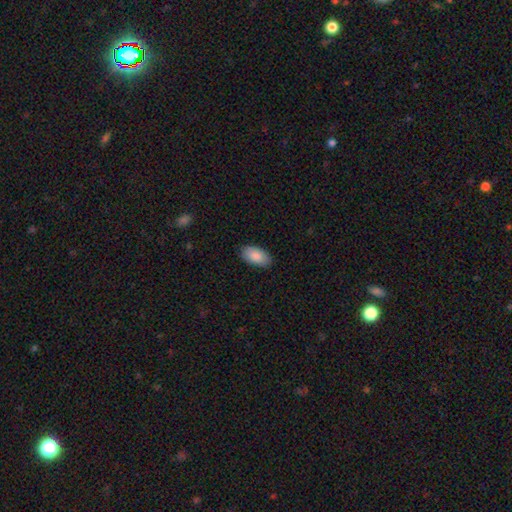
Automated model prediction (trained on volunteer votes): A smooth galaxy with no disk features (88%) that is in between round and cigar-shaped (95%).

Vote fractions:
- Smooth or featured? smooth: 88% / star or artifact: 6% / featured or disk: 6%
- How rounded? in between: 95% / round: 3% / cigar-shaped: 2%
- Merging? none: 88% / minor disturbance: 9% / major disturbance: 2% / merger: 1%